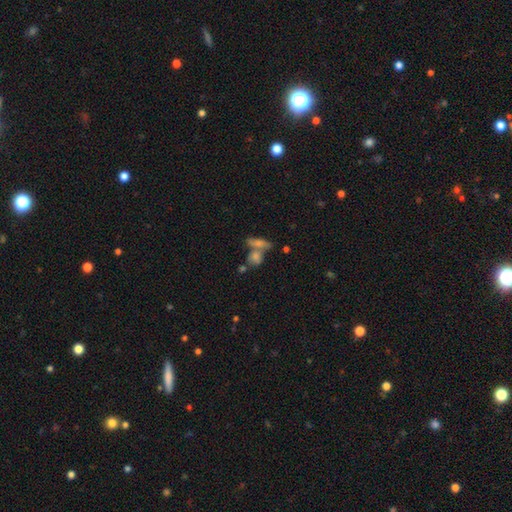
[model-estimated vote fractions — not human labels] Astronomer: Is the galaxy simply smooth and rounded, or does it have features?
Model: smooth — 49% (runner-up: featured or disk, 30%).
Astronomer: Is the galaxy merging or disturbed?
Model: none — 45% (runner-up: merger, 40%).